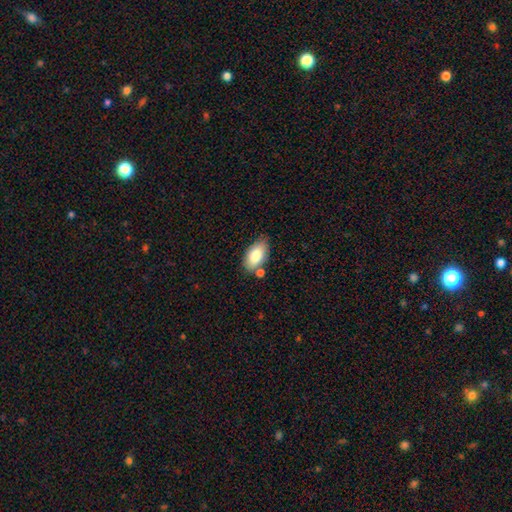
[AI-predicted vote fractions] Overall: smooth (82%). How rounded: in between (93%). Merging: none (71%).